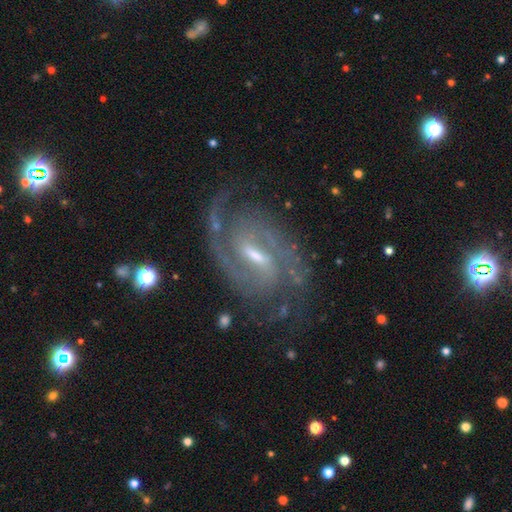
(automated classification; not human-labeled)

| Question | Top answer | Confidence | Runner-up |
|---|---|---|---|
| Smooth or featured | featured or disk | 91% | star or artifact (5%) |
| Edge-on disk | no | 97% | yes (3%) |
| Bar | weak | 51% | strong (38%) |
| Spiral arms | yes | 98% | no (2%) |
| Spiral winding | medium | 49% | tight (39%) |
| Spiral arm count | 2 | 74% | 3 (8%) |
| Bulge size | small | 49% | moderate (41%) |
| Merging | none | 73% | minor disturbance (17%) |